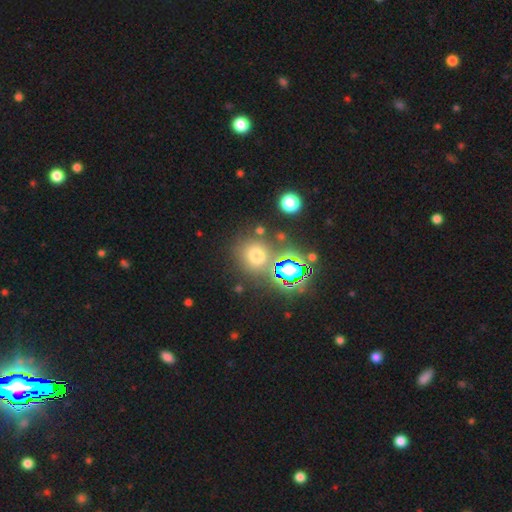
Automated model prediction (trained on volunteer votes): This appears to be a smooth galaxy with no disk features (62%) that is round (85%). Merging: none (75%).